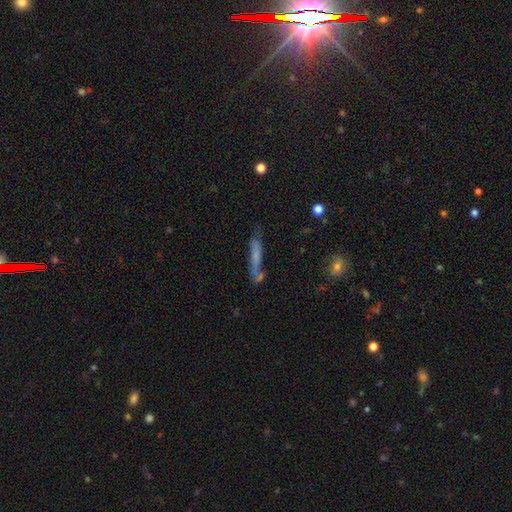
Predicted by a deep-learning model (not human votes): The model was most divided on "smooth or featured": smooth: 55%, featured or disk: 35%, star or artifact: 10%. More confident: how rounded — cigar-shaped (90%); merging — none (57%).